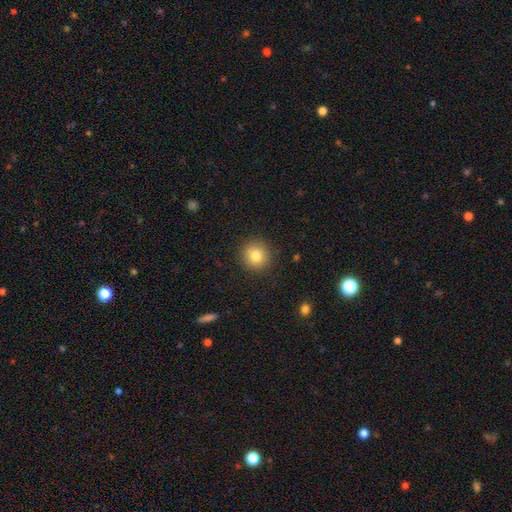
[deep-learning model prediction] The model was most divided on "smooth or featured": smooth: 81%, star or artifact: 11%, featured or disk: 8%. More confident: how rounded — round (93%); merging — none (91%).